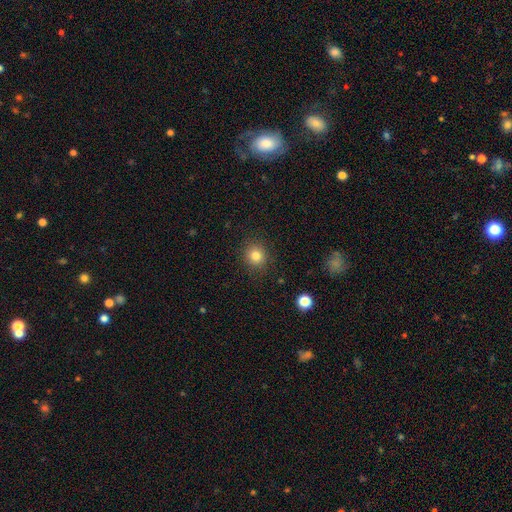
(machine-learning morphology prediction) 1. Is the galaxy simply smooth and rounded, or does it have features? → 82% smooth, 12% star or artifact, 6% featured or disk.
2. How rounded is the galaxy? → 84% round, 15% in between, 1% cigar-shaped.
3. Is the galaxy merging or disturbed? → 89% none, 7% minor disturbance, 2% major disturbance, 1% merger.